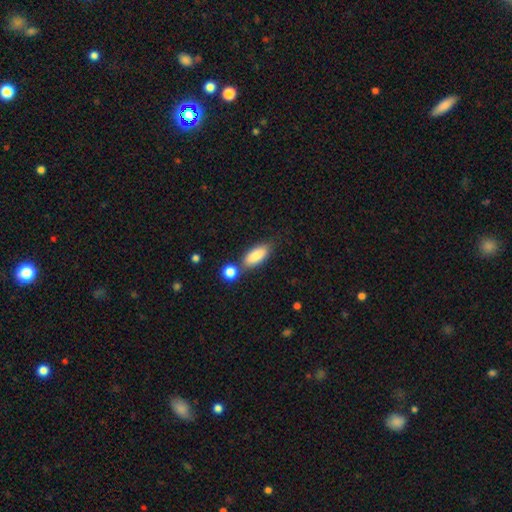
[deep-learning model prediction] A smooth galaxy with no disk features (84%) that is in between round and cigar-shaped (79%). Merging: none (61%).